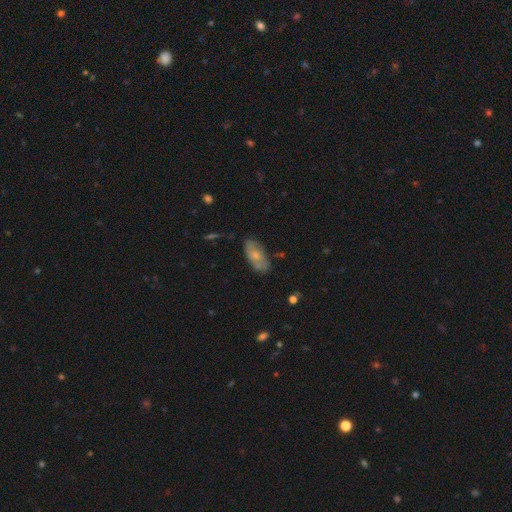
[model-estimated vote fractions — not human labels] Morphology: type=smooth (50%); roundness=in between (88%); merging=none (64%).